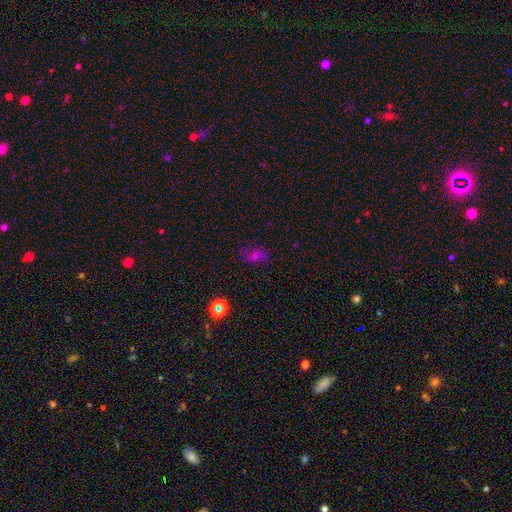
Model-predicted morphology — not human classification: A smooth galaxy with no disk features (51%) that is in between round and cigar-shaped (79%). Merging: none (67%).